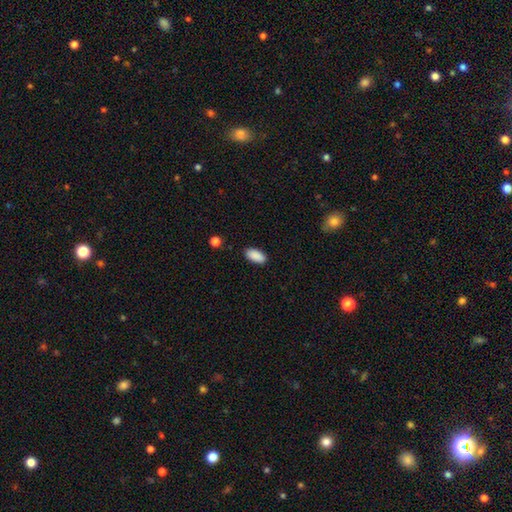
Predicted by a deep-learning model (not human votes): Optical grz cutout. It shows a smooth galaxy with no disk features (90%) that is in between round and cigar-shaped (92%). Merging: none (88%).